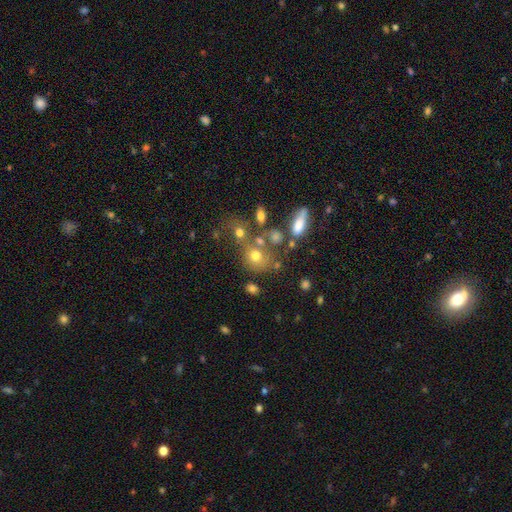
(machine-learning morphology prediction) smooth-or-featured: smooth: 68% | featured or disk: 16% | star or artifact: 16%
  how-rounded: round: 64% | in between: 34% | cigar-shaped: 2%
  merging: none: 43% | merger: 32% | minor disturbance: 15% | major disturbance: 11%